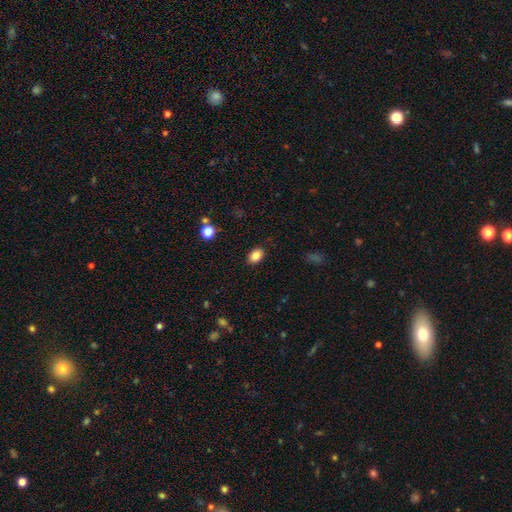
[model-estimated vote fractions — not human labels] smooth-or-featured: smooth: 85% | star or artifact: 9% | featured or disk: 5%
  how-rounded: in between: 79% | round: 20% | cigar-shaped: 1%
  merging: none: 87% | minor disturbance: 9% | major disturbance: 2% | merger: 1%